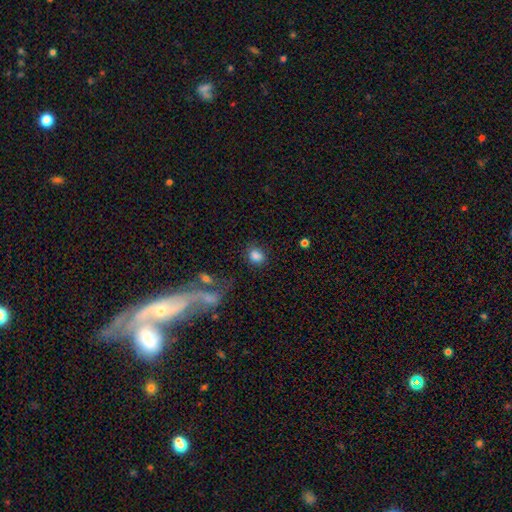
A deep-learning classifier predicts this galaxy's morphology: Smooth or featured? Predicted: smooth (p=0.85). How rounded? Predicted: round (p=0.52). Merging? Predicted: none (p=0.73).